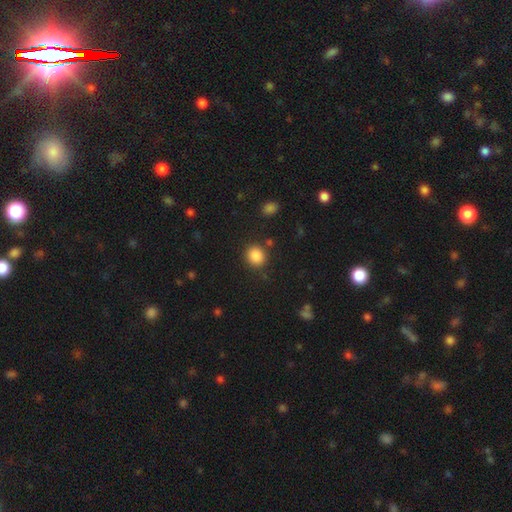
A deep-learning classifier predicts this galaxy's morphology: This is clearly a smooth galaxy (86%). How rounded: clearly round (80%). Merging: clearly none (85%).